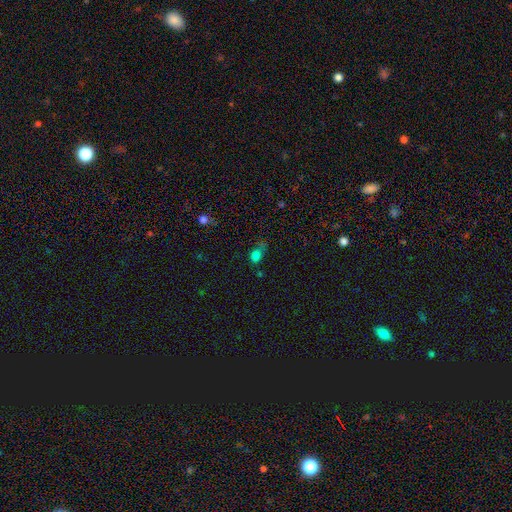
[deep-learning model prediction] This is likely a smooth galaxy (74%). How rounded: likely in between (62%). Merging: marginally none (44%).